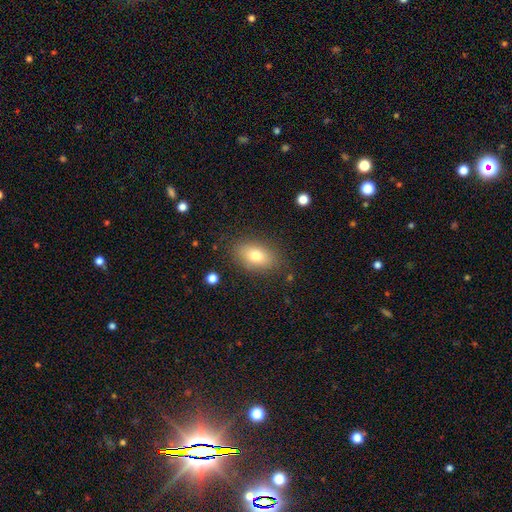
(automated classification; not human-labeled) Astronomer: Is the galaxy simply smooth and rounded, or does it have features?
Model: smooth — 76%.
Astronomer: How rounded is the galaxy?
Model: in between — 87%.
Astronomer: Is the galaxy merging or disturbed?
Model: none — 82%.